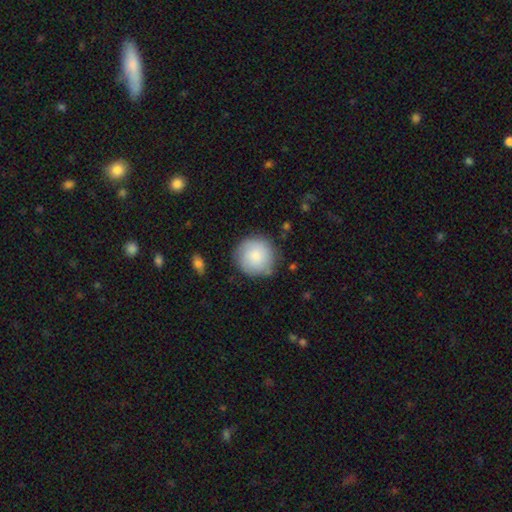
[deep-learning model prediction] A smooth galaxy with no disk features (80%) that is round (95%).

Vote fractions:
- Smooth or featured? smooth: 80% / featured or disk: 14% / star or artifact: 6%
- How rounded? round: 95% / in between: 5% / cigar-shaped: 1%
- Merging? none: 79% / minor disturbance: 15% / major disturbance: 4% / merger: 2%